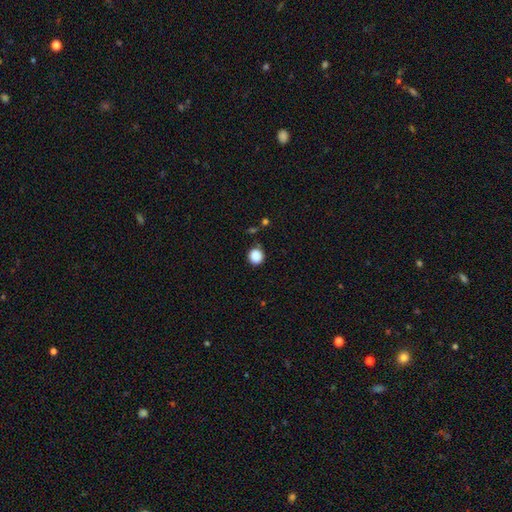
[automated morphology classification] This appears to be a smooth galaxy with no disk features (88%) that is round (90%). Merging: none (84%).